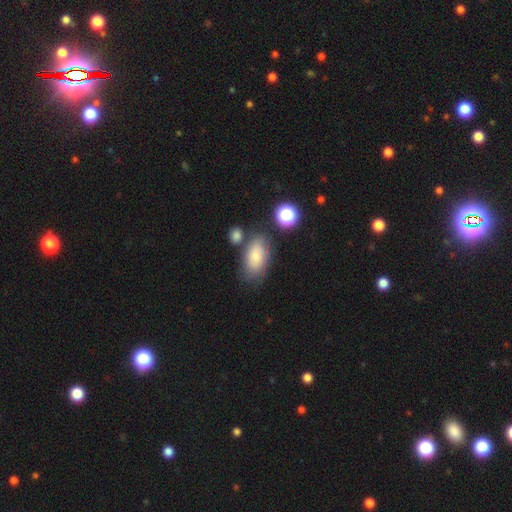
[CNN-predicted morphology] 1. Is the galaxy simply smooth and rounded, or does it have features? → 76% smooth, 14% featured or disk, 9% star or artifact.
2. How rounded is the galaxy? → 92% in between, 5% round, 3% cigar-shaped.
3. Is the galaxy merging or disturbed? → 64% none, 18% minor disturbance, 12% merger, 7% major disturbance.